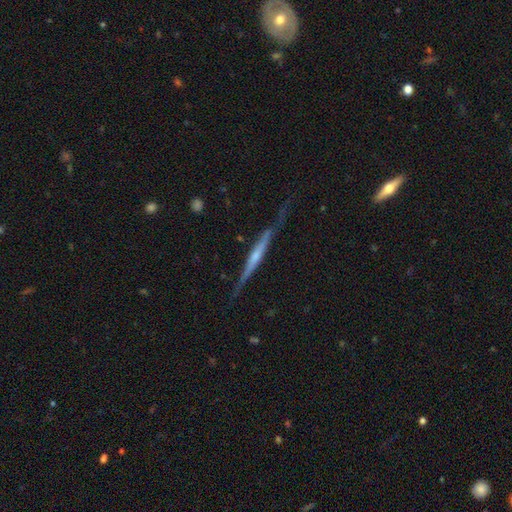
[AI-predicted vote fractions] This appears to be a featured or disk galaxy (73%) viewed edge-on (97%) with a rounded central bulge (52%). Merging: none (75%).